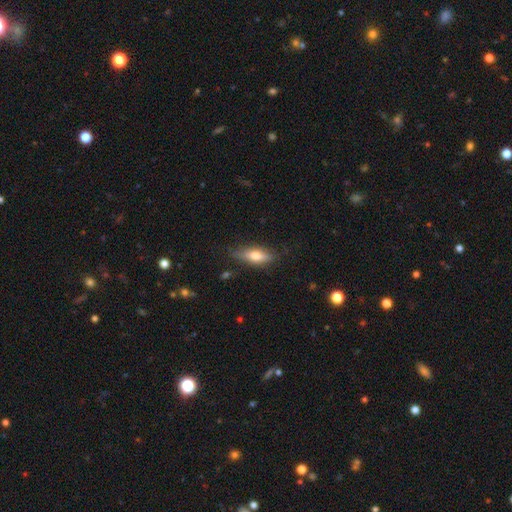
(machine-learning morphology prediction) The model was most divided on "how rounded": in between: 57%, cigar-shaped: 40%, round: 3%. More confident: merging — none (77%); smooth or featured — smooth (58%).